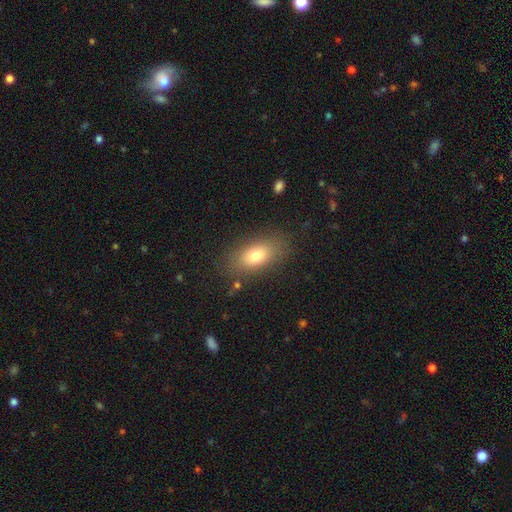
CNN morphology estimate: This appears to be a smooth galaxy with no disk features (76%) that is in between round and cigar-shaped (86%). Merging: none (83%).